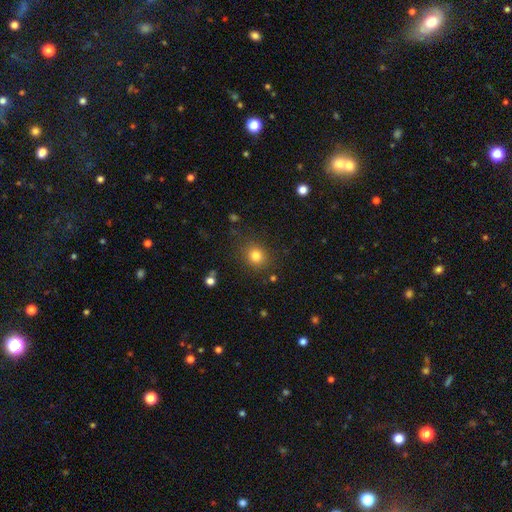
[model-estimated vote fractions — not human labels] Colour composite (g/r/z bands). It shows a smooth galaxy with no disk features (81%) that is round (83%). Merging: none (83%).